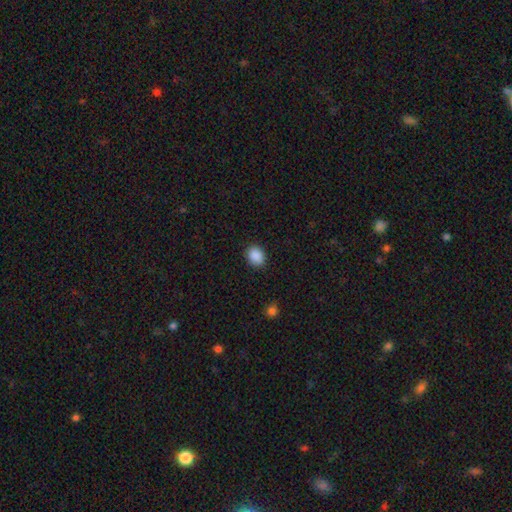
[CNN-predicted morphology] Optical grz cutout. It shows a smooth galaxy with no disk features (89%) that is in between round and cigar-shaped (55%). Merging: none (88%).